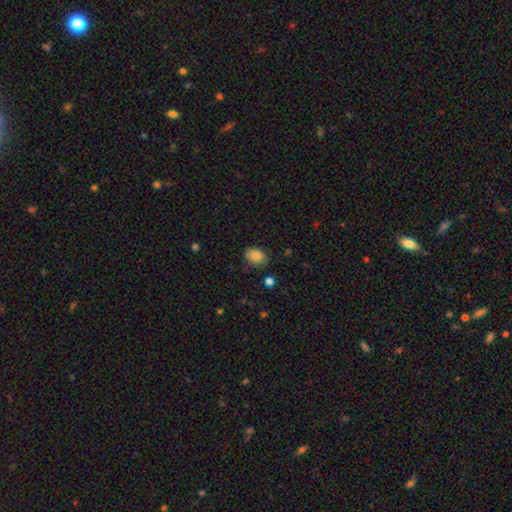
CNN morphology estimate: type=smooth (82%); roundness=in between (68%); merging=none (77%).